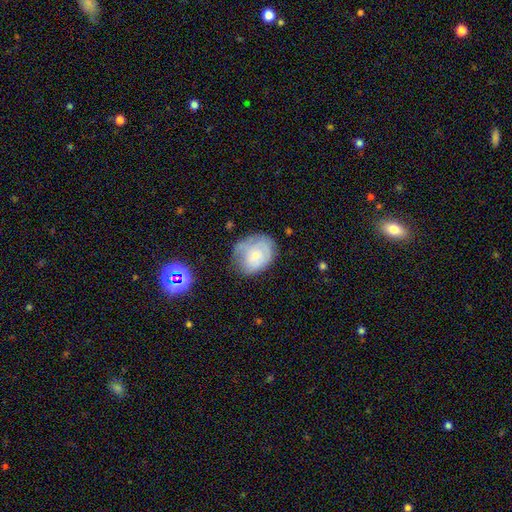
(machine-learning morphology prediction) type=smooth (54%); roundness=in between (53%); merging=none (53%).